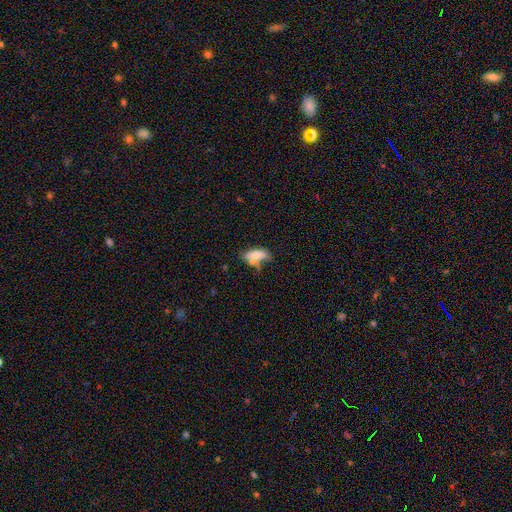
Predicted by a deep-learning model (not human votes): Overall: smooth (65%; featured or disk 26%). How rounded: in between (80%). Merging: none (40%; merger 26%).